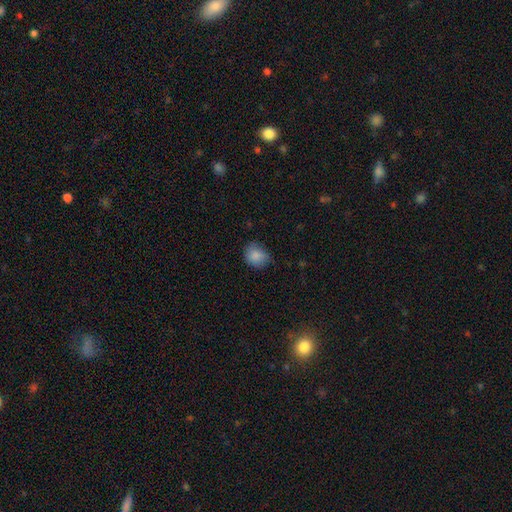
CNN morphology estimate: Smooth or featured? smooth (85%)
How rounded? round (65%)
Merging? none (66%)